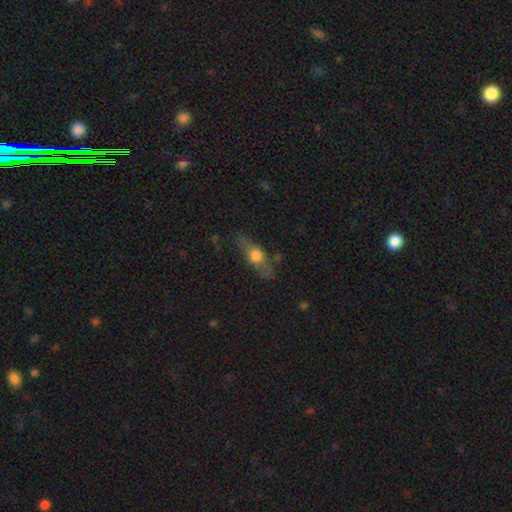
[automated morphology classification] The model was most divided on "how rounded": in between: 51%, cigar-shaped: 41%, round: 8%. More confident: merging — none (71%); smooth or featured — smooth (55%).